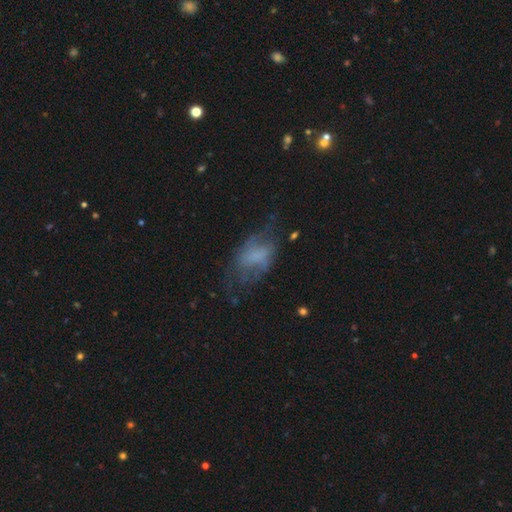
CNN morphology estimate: Smooth or featured: featured or disk — 43% (tied with smooth — 43%)
Merging: none — 44% (major disturbance — 28%)